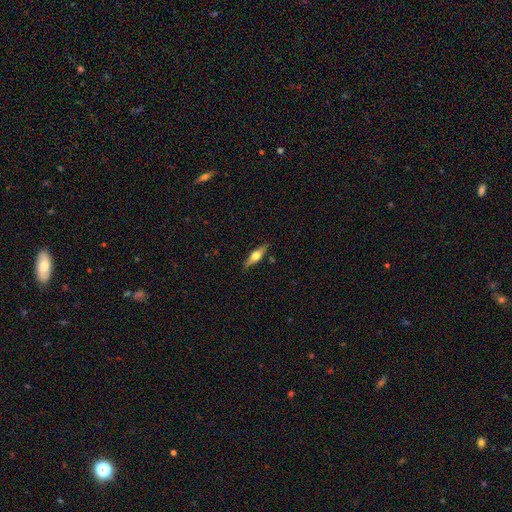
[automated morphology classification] smooth-or-featured: featured or disk: 54% | smooth: 40% | star or artifact: 6%
  disk-edge-on: yes: 93% | no: 7%
  merging: none: 85% | minor disturbance: 11% | major disturbance: 2% | merger: 2%